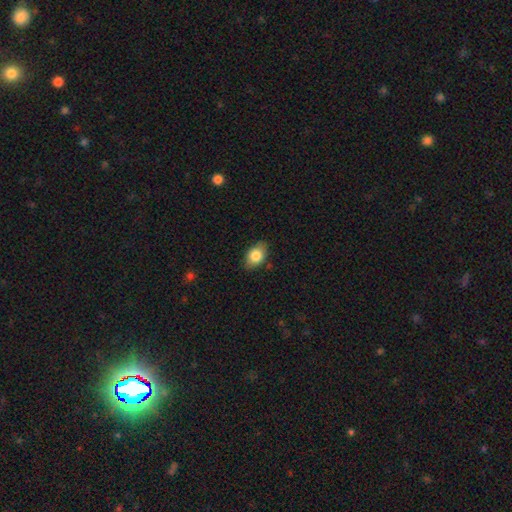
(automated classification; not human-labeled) smooth_or_featured: smooth (p=0.83) [alt: featured or disk p=0.10]
how_rounded: in between (p=0.82) [alt: round p=0.16]
merging: none (p=0.81) [alt: minor disturbance p=0.15]